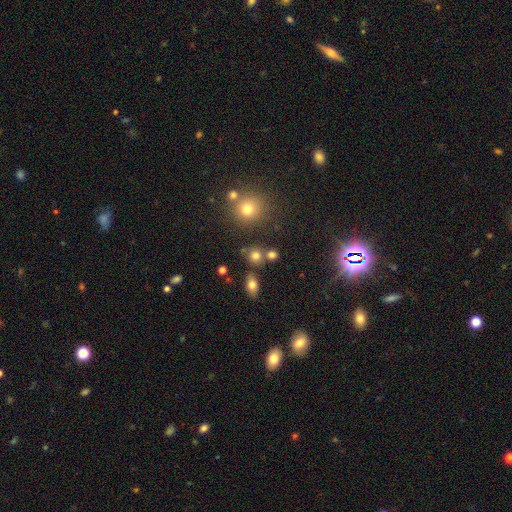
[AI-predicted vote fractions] The model was most divided on "merging": none: 71%, merger: 16%, minor disturbance: 10%, major disturbance: 4%. More confident: how rounded — round (78%); smooth or featured — smooth (75%).